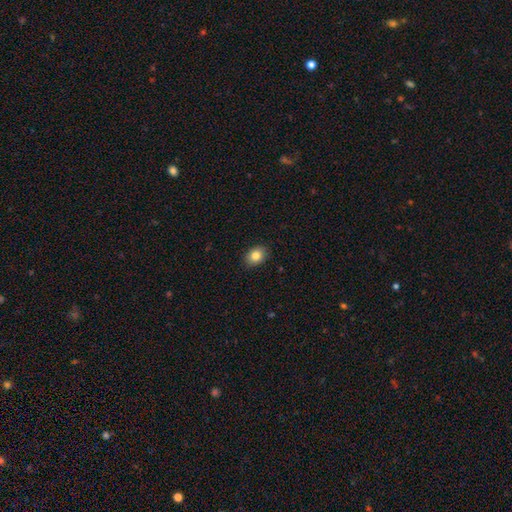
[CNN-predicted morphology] Smooth or featured? Predicted: smooth (p=0.83). How rounded? Predicted: in between (p=0.64). Merging? Predicted: none (p=0.89).